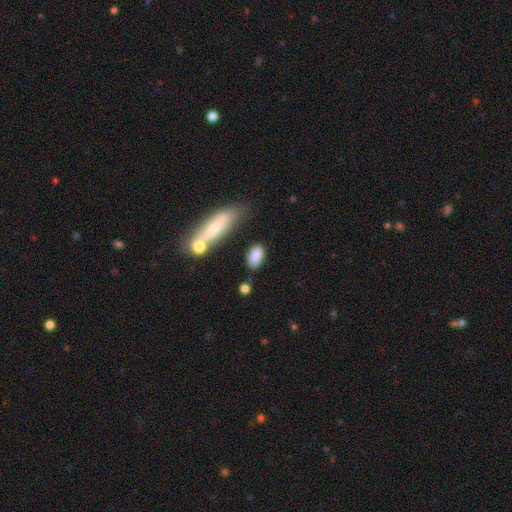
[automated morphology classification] Smooth or featured?
  - smooth: 84% *
  - featured or disk: 9%
  - star or artifact: 7%
How rounded?
  - in between: 88% *
  - cigar-shaped: 7%
  - round: 6%
Merging?
  - none: 75% *
  - minor disturbance: 15%
  - merger: 6%
  - major disturbance: 5%